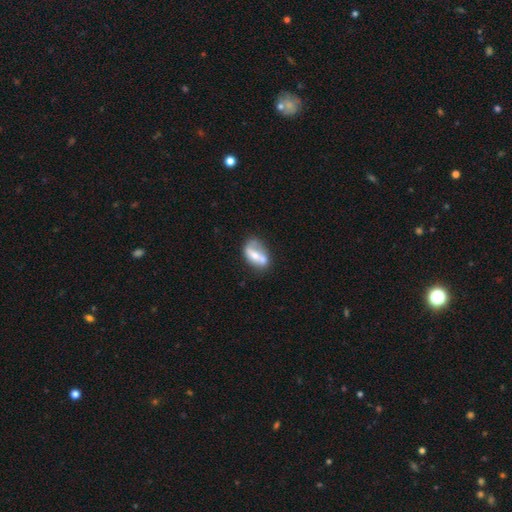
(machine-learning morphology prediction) A featured or disk galaxy (47%). Merging: merger (37%).